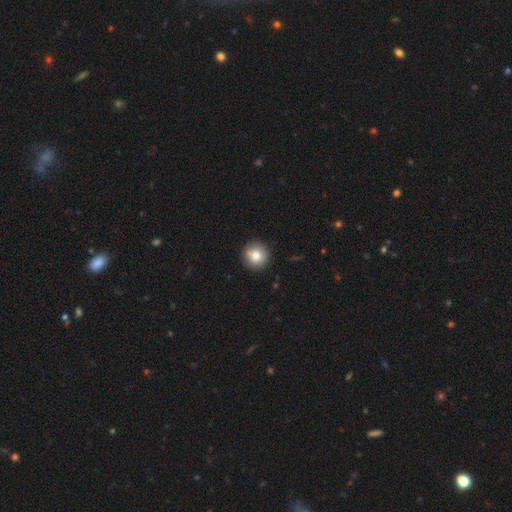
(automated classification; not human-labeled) A smooth galaxy with no disk features (80%) that is round (94%). Merging: none (90%).